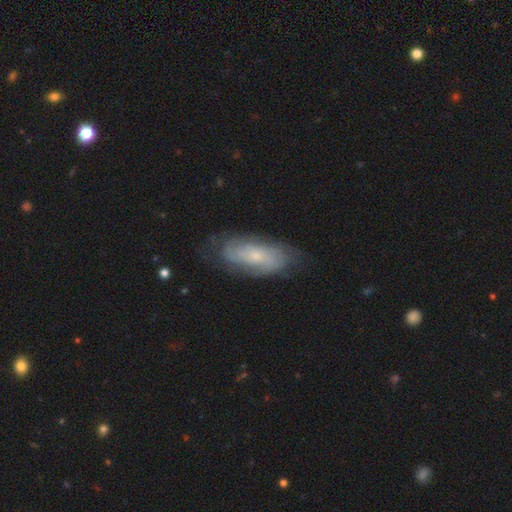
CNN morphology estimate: Q: Smooth or featured?
A: featured or disk (61%); runner-up: smooth (32%)
Q: Edge-on disk?
A: no (89%); runner-up: yes (11%)
Q: Bar?
A: no (72%); runner-up: weak (23%)
Q: Spiral arms?
A: yes (81%); runner-up: no (19%)
Q: Bulge size?
A: small (64%); runner-up: moderate (29%)
Q: Merging?
A: none (69%); runner-up: minor disturbance (22%)